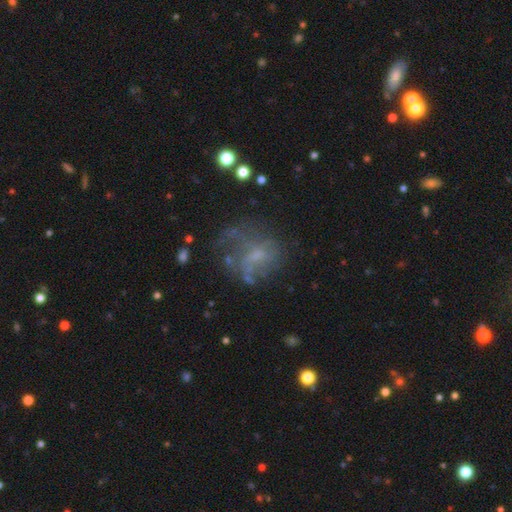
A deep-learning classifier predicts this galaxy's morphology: This is possibly a featured or disk galaxy (53%). It is clearly not viewed edge-on (97%). Bar: likely no (67%). Spiral arm pattern: likely no (61%). Central bulge: marginally small (38%). Merging: marginally none (41%).